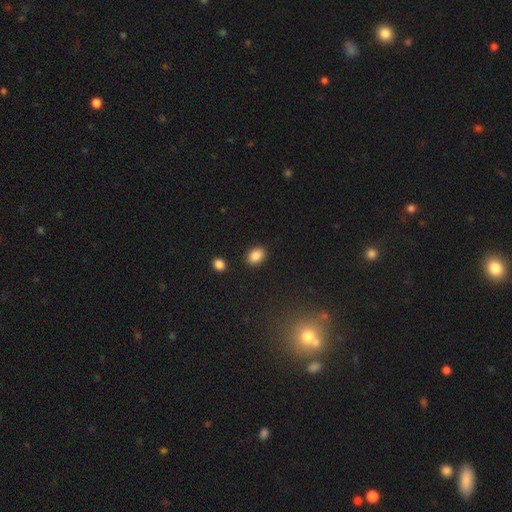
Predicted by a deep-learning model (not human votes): A smooth galaxy with no disk features (87%) that is in between round and cigar-shaped (69%).

Vote fractions:
- Smooth or featured? smooth: 87% / star or artifact: 9% / featured or disk: 4%
- How rounded? in between: 69% / round: 30% / cigar-shaped: 1%
- Merging? none: 86% / minor disturbance: 9% / merger: 3% / major disturbance: 2%